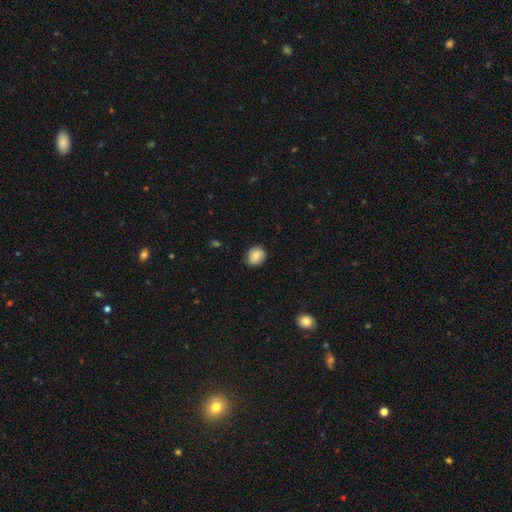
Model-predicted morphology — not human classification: Smooth or featured? Predicted: smooth (p=0.76). How rounded? Predicted: round (p=0.65). Merging? Predicted: none (p=0.78).